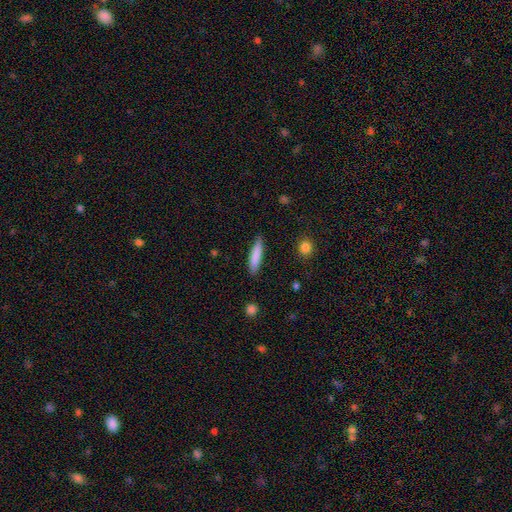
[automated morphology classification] Smooth or featured?
  - smooth: 82% *
  - featured or disk: 12%
  - star or artifact: 6%
How rounded?
  - cigar-shaped: 84% *
  - in between: 15%
  - round: 1%
Merging?
  - none: 87% *
  - minor disturbance: 10%
  - major disturbance: 2%
  - merger: 1%